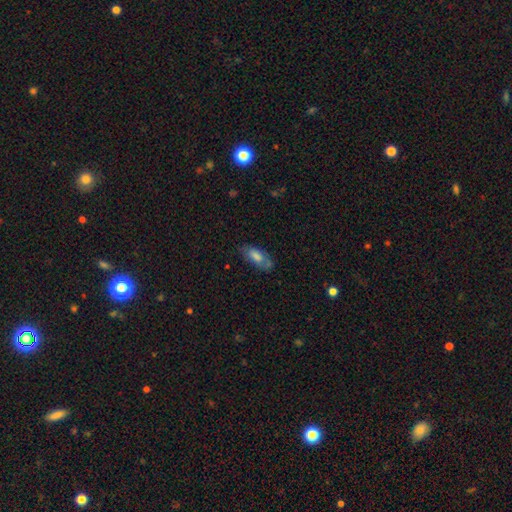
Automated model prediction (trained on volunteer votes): Smooth or featured? smooth (68%)
How rounded? in between (82%)
Merging? none (63%)